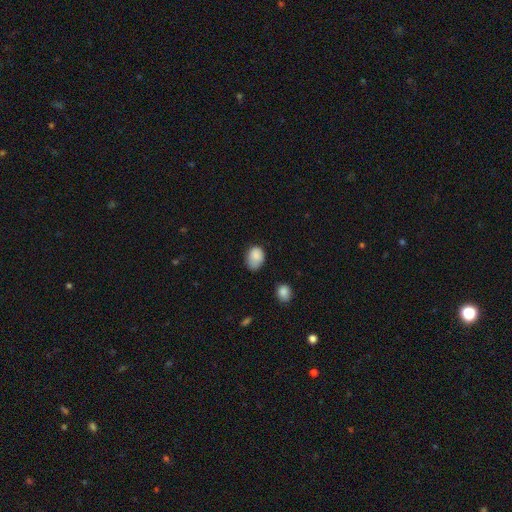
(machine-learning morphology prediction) Smooth or featured: smooth — 87% (star or artifact — 8%)
How rounded: in between — 67% (round — 32%)
Merging: none — 55% (minor disturbance — 35%)